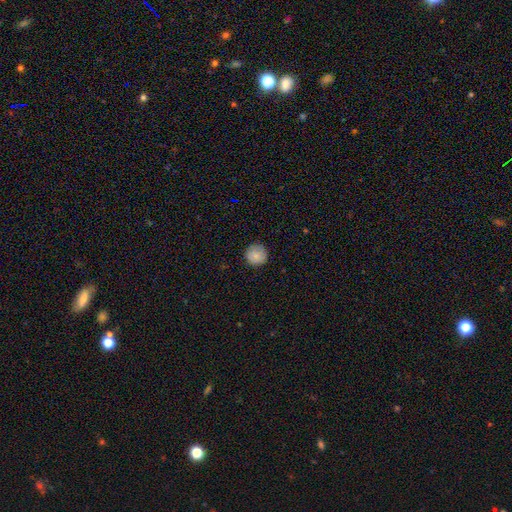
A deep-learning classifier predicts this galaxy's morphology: This is clearly a smooth galaxy (83%). How rounded: clearly round (94%). Merging: clearly none (87%).